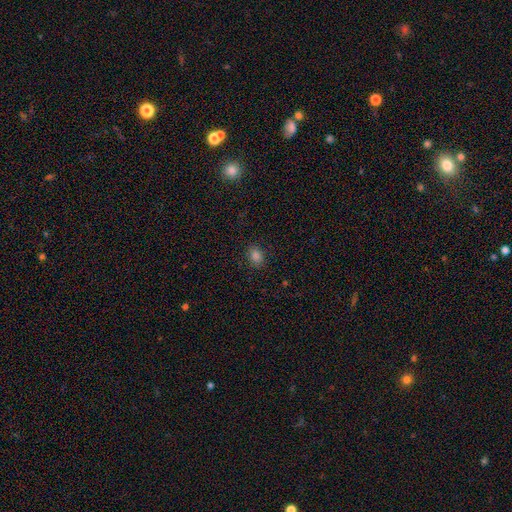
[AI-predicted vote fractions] Smooth or featured: smooth — 82% (star or artifact — 14%)
How rounded: in between — 59% (round — 40%)
Merging: none — 87% (minor disturbance — 9%)